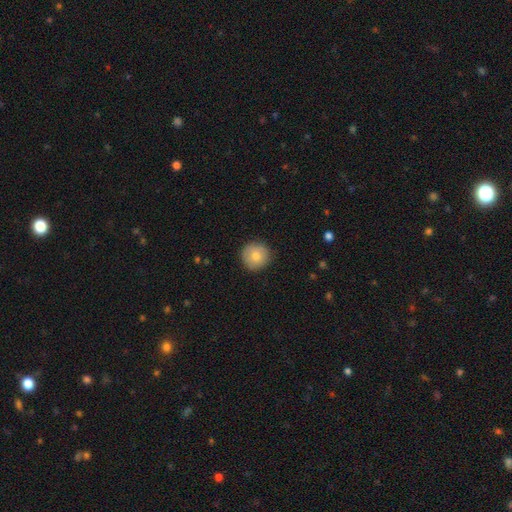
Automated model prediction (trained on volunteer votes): Smooth or featured: smooth — 79% (featured or disk — 13%)
How rounded: round — 95% (in between — 4%)
Merging: none — 89% (minor disturbance — 8%)